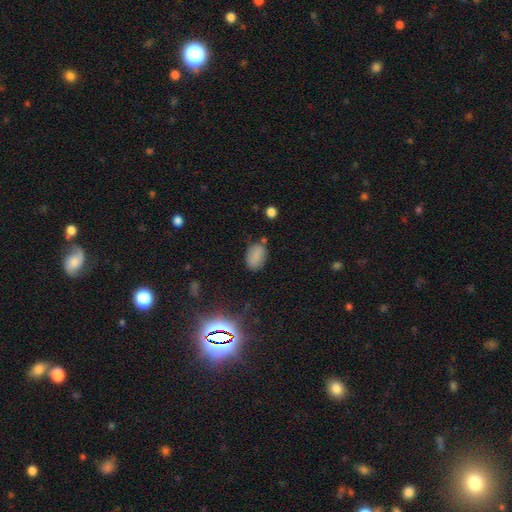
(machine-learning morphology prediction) The model was most divided on "merging": none: 75%, minor disturbance: 16%, merger: 5%, major disturbance: 4%. More confident: how rounded — in between (87%); smooth or featured — smooth (81%).